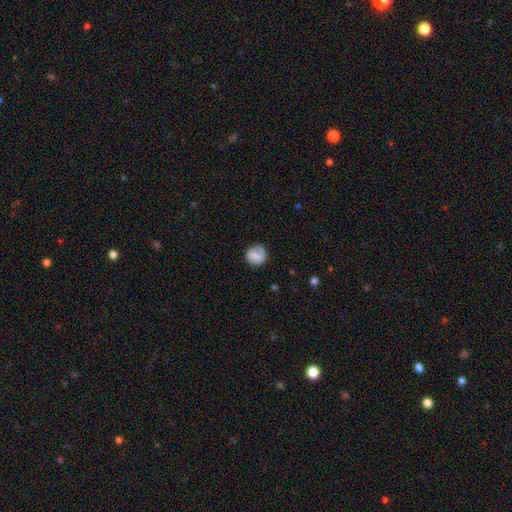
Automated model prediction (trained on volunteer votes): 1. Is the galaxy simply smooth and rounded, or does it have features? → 73% smooth, 19% featured or disk, 8% star or artifact.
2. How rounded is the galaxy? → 87% round, 12% in between, 1% cigar-shaped.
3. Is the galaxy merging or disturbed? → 73% none, 18% minor disturbance, 7% major disturbance, 2% merger.